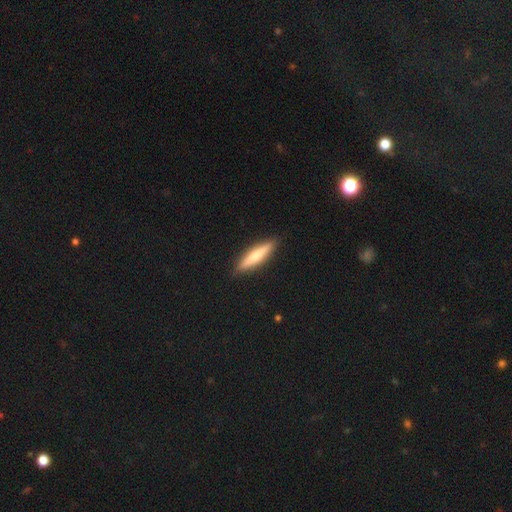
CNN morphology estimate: Smooth or featured? Predicted: smooth (p=0.62). How rounded? Predicted: cigar-shaped (p=0.88). Merging? Predicted: none (p=0.91).